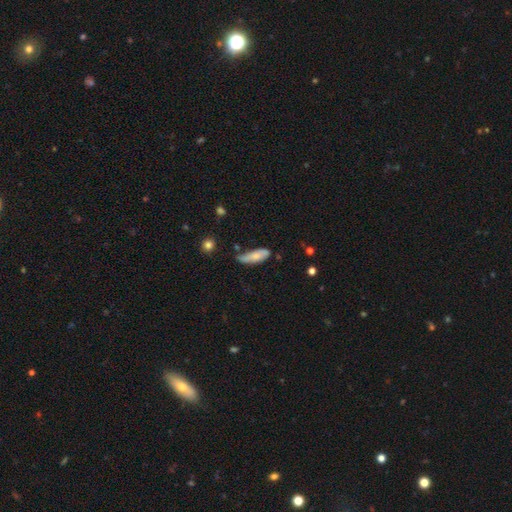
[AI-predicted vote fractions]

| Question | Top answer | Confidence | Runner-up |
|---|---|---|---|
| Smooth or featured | smooth | 69% | featured or disk (24%) |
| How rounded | in between | 63% | cigar-shaped (35%) |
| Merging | none | 45% | minor disturbance (39%) |